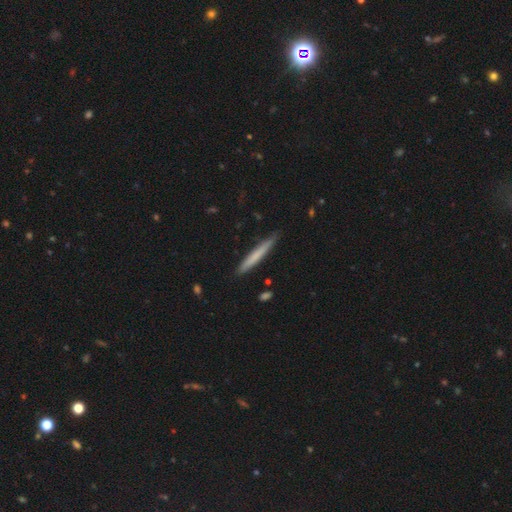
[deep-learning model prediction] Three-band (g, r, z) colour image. It shows a smooth galaxy with no disk features (67%) that is cigar-shaped (96%). Merging: none (87%).